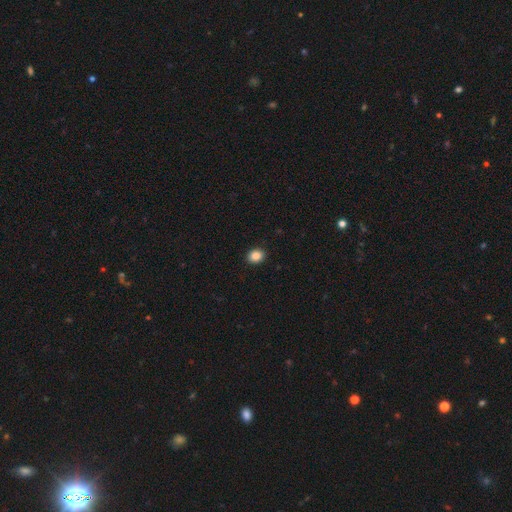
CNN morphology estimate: smooth-or-featured: smooth: 86% | star or artifact: 10% | featured or disk: 4%
  how-rounded: round: 57% | in between: 43% | cigar-shaped: 1%
  merging: none: 92% | minor disturbance: 6% | major disturbance: 2% | merger: 1%